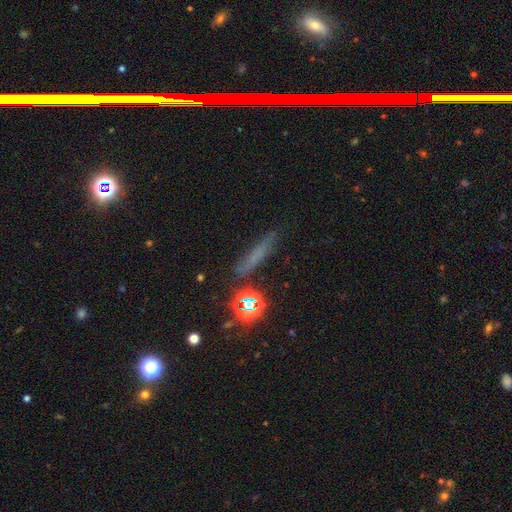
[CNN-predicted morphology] Smooth or featured: smooth — 48% (featured or disk — 28%)
Merging: none — 77% (minor disturbance — 14%)